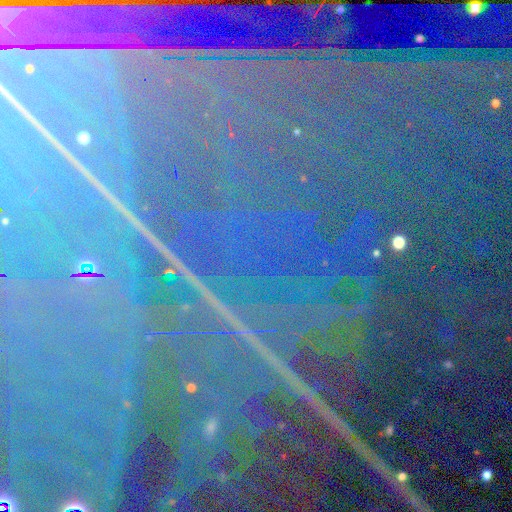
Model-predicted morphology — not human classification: This is clearly a star or artifact rather than a galaxy (90%).